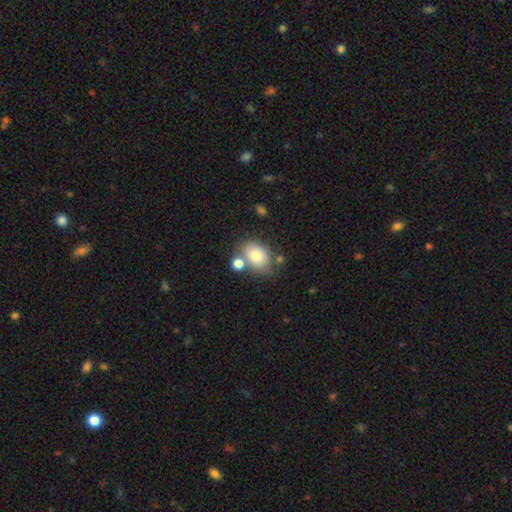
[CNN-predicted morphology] A smooth galaxy with no disk features (80%) that is in between round and cigar-shaped (78%). Merging: none (59%).